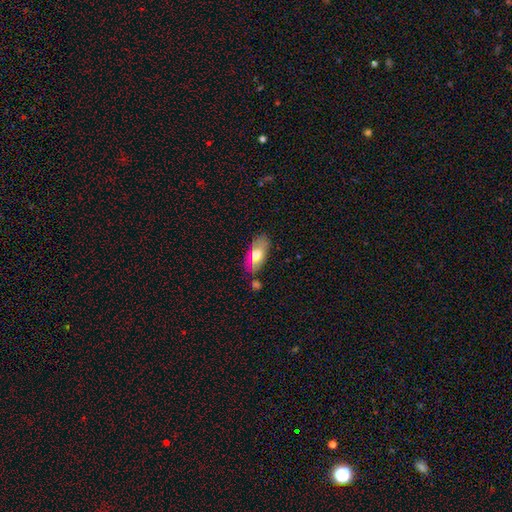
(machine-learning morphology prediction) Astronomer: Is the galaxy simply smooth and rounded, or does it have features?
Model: smooth — 68%.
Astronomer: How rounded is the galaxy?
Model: in between — 87%.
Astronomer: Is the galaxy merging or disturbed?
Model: none — 70%.